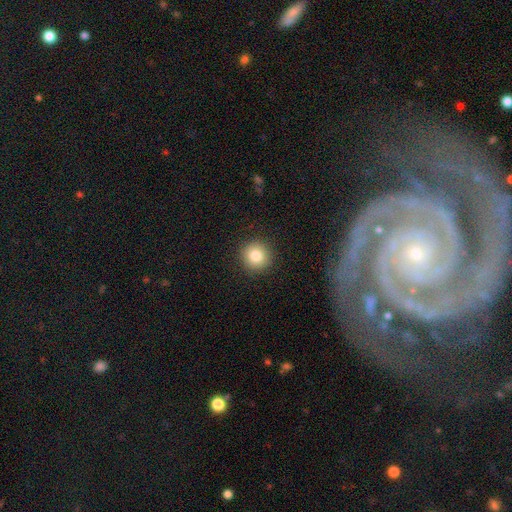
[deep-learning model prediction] The model was most divided on "smooth or featured": smooth: 84%, star or artifact: 9%, featured or disk: 7%. More confident: how rounded — round (94%); merging — none (91%).